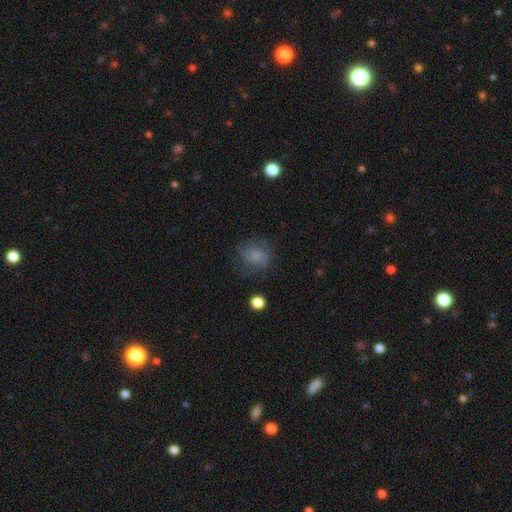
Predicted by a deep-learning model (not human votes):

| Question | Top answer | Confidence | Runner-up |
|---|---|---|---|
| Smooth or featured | smooth | 72% | featured or disk (16%) |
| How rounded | round | 69% | in between (30%) |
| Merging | none | 60% | minor disturbance (23%) |